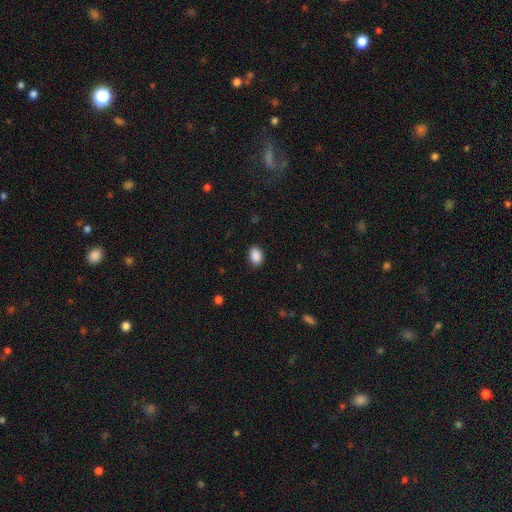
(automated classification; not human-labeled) Overall: smooth (90%). How rounded: in between (77%). Merging: none (88%).